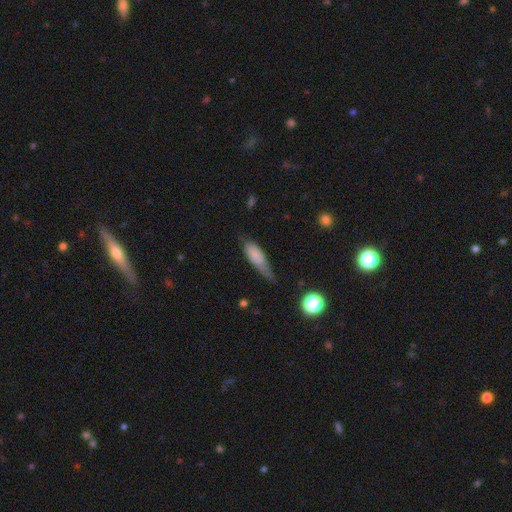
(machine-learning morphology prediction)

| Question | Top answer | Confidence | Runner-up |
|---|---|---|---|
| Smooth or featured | smooth | 76% | featured or disk (17%) |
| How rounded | in between | 55% | cigar-shaped (43%) |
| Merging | minor disturbance | 43% | none (34%) |